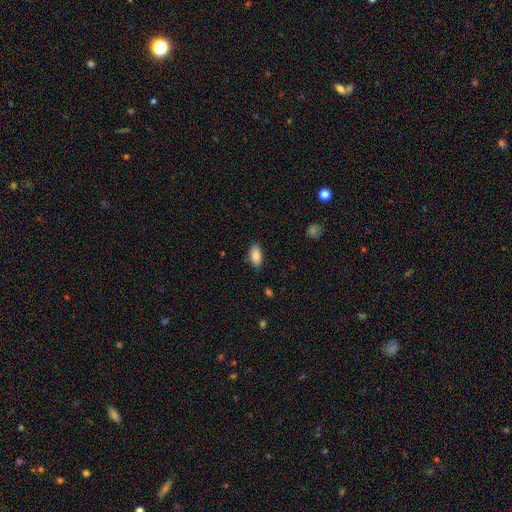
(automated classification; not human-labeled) Smooth or featured? smooth (86%)
How rounded? in between (91%)
Merging? none (82%)